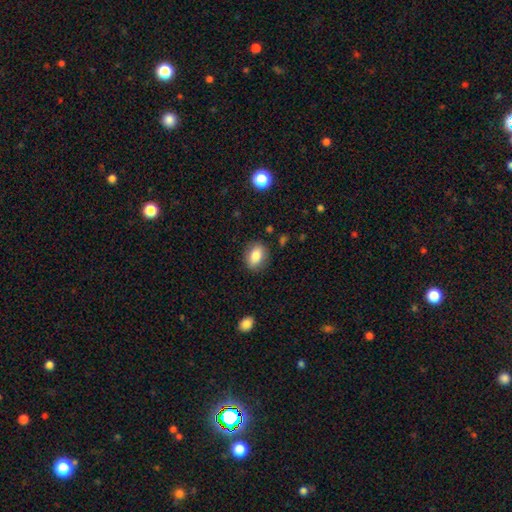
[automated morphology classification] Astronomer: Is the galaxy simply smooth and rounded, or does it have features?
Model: smooth — 84%.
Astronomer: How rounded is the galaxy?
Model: in between — 76%.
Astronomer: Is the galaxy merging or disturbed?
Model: none — 83%.